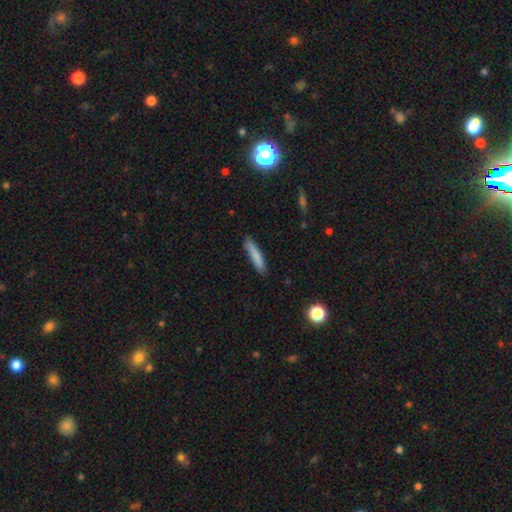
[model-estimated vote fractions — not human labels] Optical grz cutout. It shows a smooth galaxy with no disk features (82%) that is cigar-shaped (89%). Merging: none (85%).